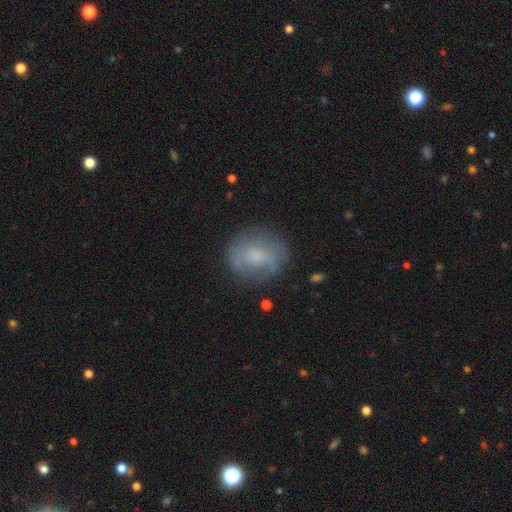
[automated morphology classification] Smooth or featured? smooth (56%)
How rounded? round (60%)
Merging? none (69%)